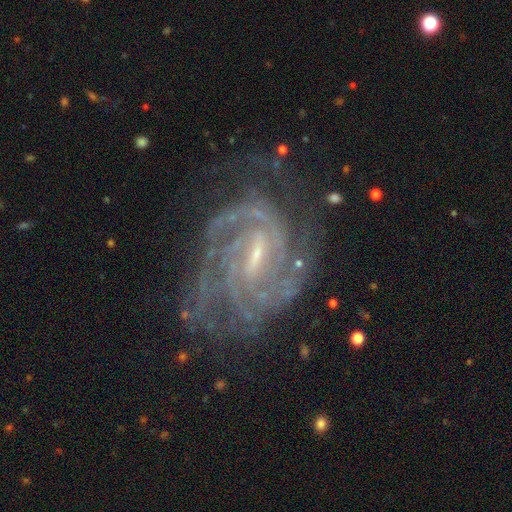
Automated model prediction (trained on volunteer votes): Smooth or featured: featured or disk — 90% (star or artifact — 6%)
Edge-on disk: no — 97% (yes — 3%)
Bar: weak — 49% (strong — 38%)
Spiral arms: yes — 97% (no — 3%)
Spiral winding: tight — 61% (medium — 33%)
Spiral arm count: 2 — 32% (can't tell — 25%)
Bulge size: small — 63% (moderate — 22%)
Merging: none — 67% (minor disturbance — 19%)